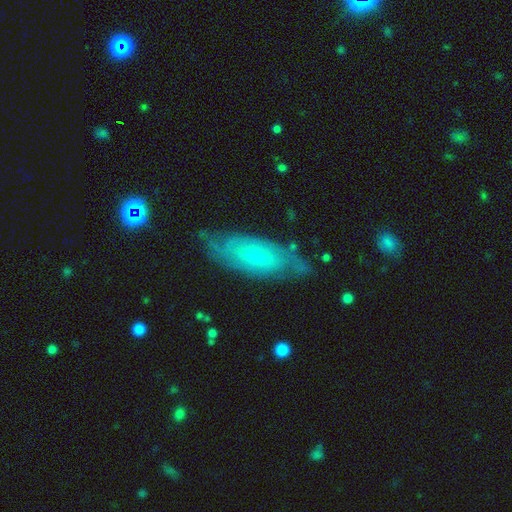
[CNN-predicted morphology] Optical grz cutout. It shows a featured or disk galaxy (63%) with no bar (62%), spiral arms (78%) and a small central bulge (68%). Merging: none (72%).